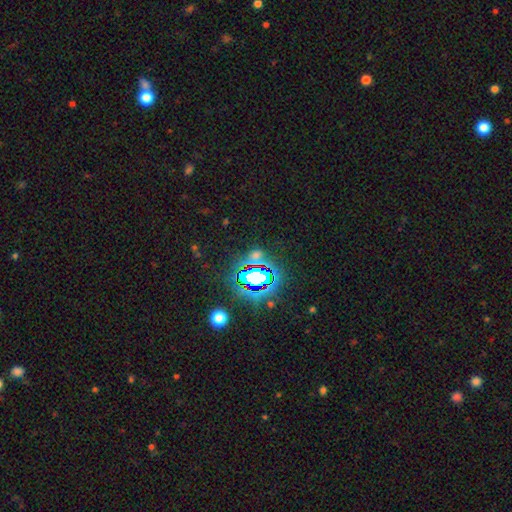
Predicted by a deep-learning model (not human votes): Smooth or featured: star or artifact — 65% (smooth — 24%)